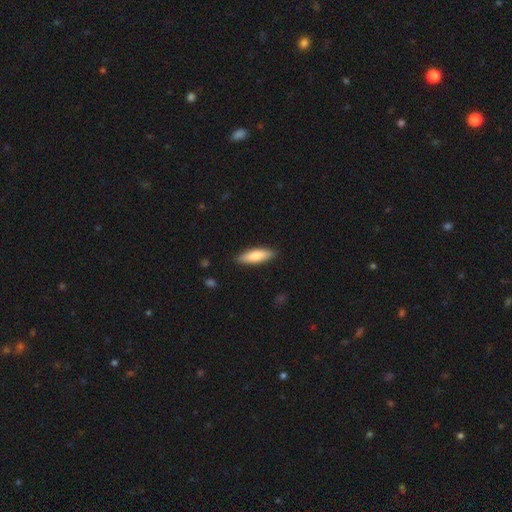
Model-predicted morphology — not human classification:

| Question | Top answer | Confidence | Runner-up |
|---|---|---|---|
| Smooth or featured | smooth | 75% | featured or disk (20%) |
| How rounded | cigar-shaped | 54% | in between (44%) |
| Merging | none | 89% | minor disturbance (9%) |